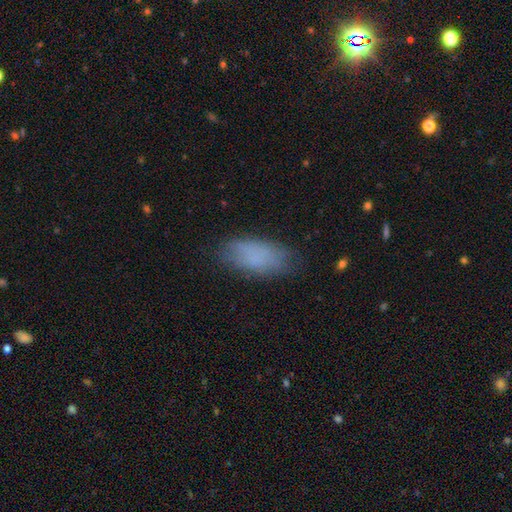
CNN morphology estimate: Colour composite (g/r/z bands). It shows a smooth galaxy with no disk features (76%) that is in between round and cigar-shaped (87%). Merging: none (74%).